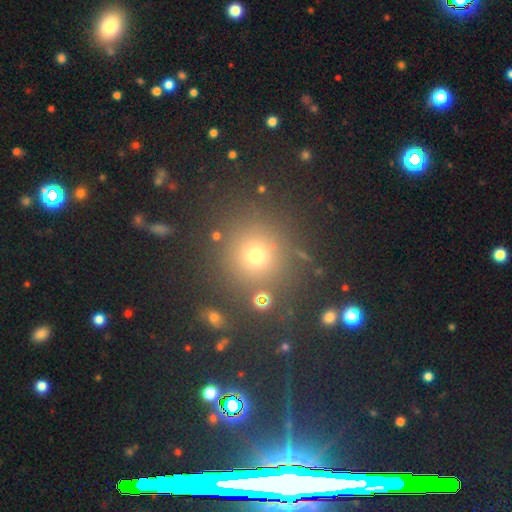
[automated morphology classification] This is likely a smooth galaxy (62%). How rounded: clearly round (92%). Merging: clearly none (85%).